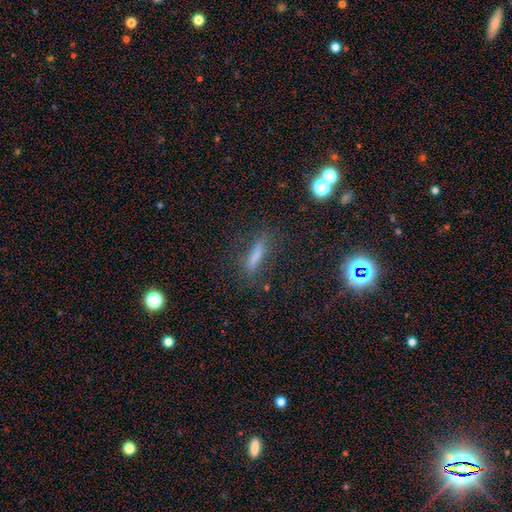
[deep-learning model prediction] Q: Smooth or featured?
A: smooth (67%); runner-up: star or artifact (17%)
Q: How rounded?
A: cigar-shaped (78%); runner-up: in between (18%)
Q: Merging?
A: none (77%); runner-up: minor disturbance (14%)